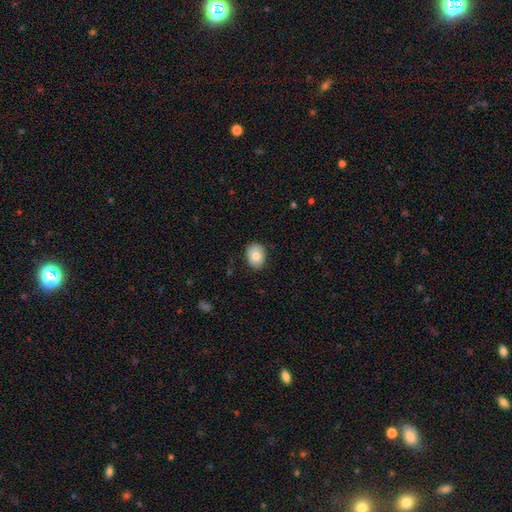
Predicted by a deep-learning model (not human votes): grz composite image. It shows a smooth galaxy with no disk features (77%) that is in between round and cigar-shaped (57%). Merging: none (85%).